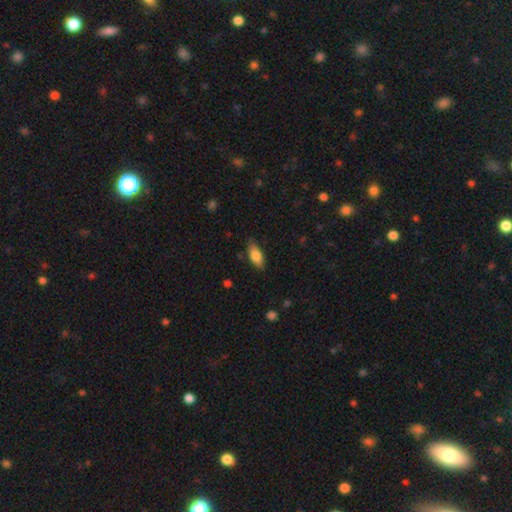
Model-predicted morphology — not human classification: smooth-or-featured: smooth: 80% | featured or disk: 14% | star or artifact: 7%
  how-rounded: in between: 83% | cigar-shaped: 15% | round: 2%
  merging: none: 83% | minor disturbance: 14% | major disturbance: 2% | merger: 1%